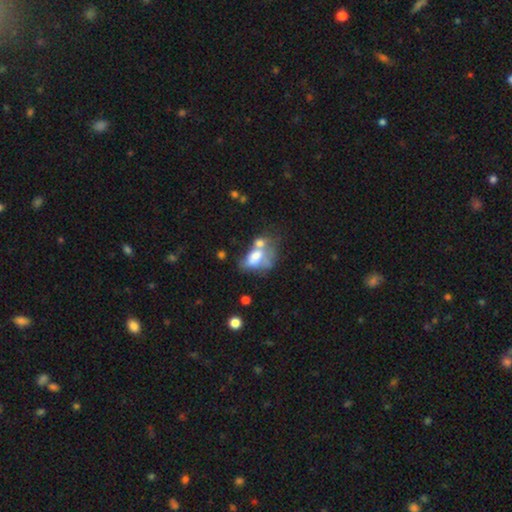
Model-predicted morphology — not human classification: Q: Smooth or featured?
A: smooth (54%); runner-up: featured or disk (35%)
Q: How rounded?
A: in between (84%); runner-up: round (13%)
Q: Merging?
A: merger (51%); runner-up: major disturbance (20%)